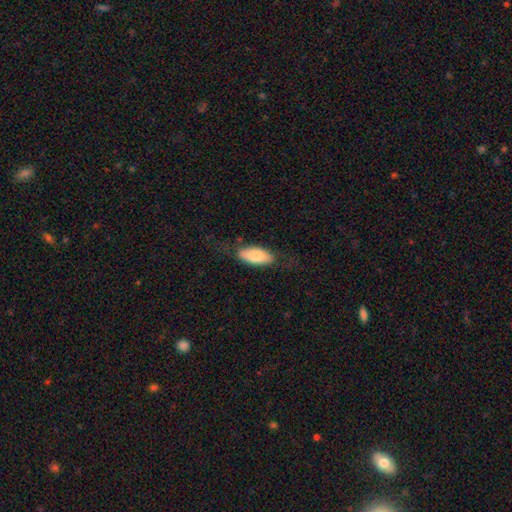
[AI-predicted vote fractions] Morphology: type=smooth (77%); roundness=in between (86%); merging=none (69%).